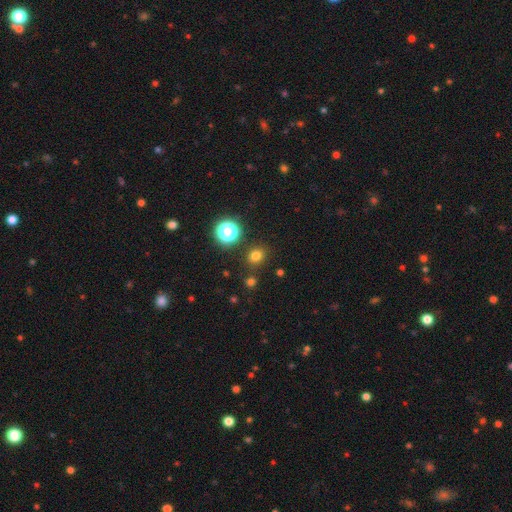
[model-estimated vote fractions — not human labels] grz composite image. It shows a smooth galaxy with no disk features (75%) that is round (75%). Merging: none (85%).